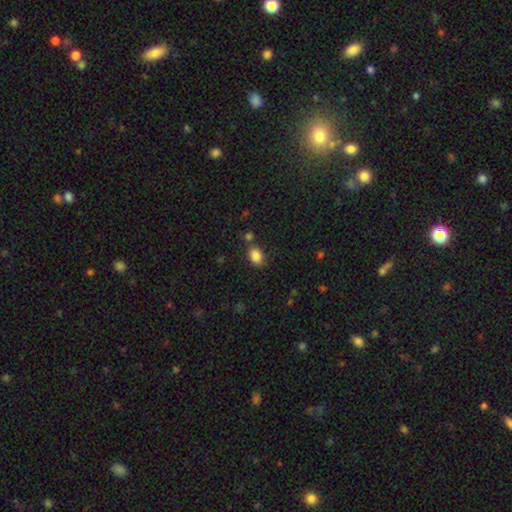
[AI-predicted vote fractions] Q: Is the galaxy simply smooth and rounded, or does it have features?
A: smooth — 86%.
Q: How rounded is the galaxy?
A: in between — 78%.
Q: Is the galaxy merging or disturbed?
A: none — 73%.